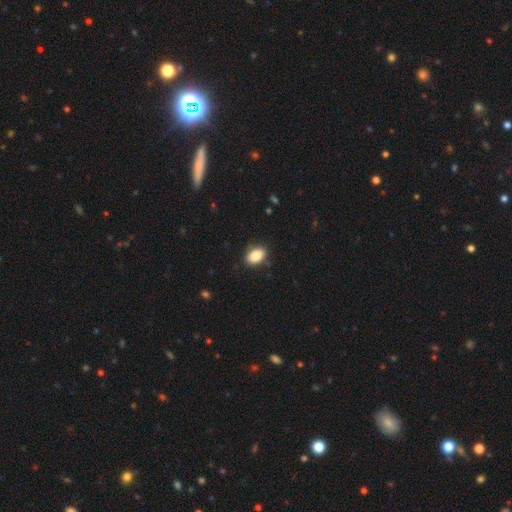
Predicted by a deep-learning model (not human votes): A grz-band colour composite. It shows a smooth galaxy with no disk features (87%) that is in between round and cigar-shaped (84%). Merging: none (85%).